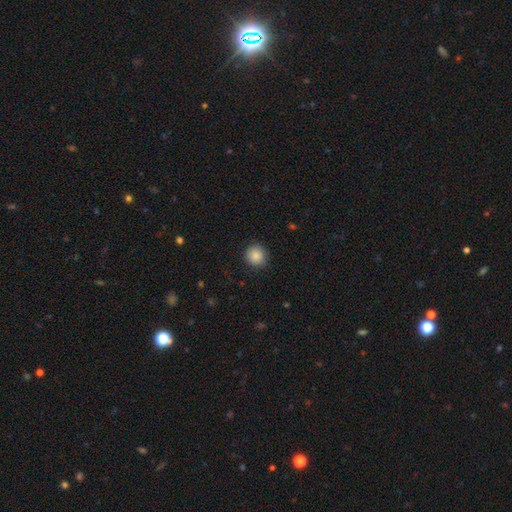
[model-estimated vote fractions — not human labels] Smooth or featured? Predicted: smooth (p=0.87). How rounded? Predicted: round (p=0.93). Merging? Predicted: none (p=0.89).